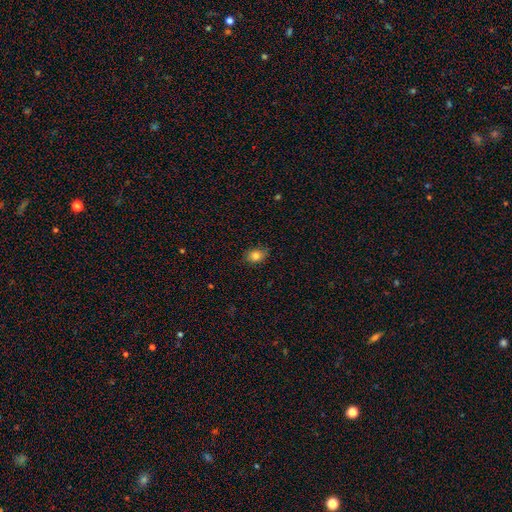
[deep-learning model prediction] A smooth galaxy with no disk features (82%) that is in between round and cigar-shaped (70%).

Vote fractions:
- Smooth or featured? smooth: 82% / star or artifact: 10% / featured or disk: 8%
- How rounded? in between: 70% / round: 28% / cigar-shaped: 2%
- Merging? none: 76% / minor disturbance: 19% / major disturbance: 3% / merger: 1%